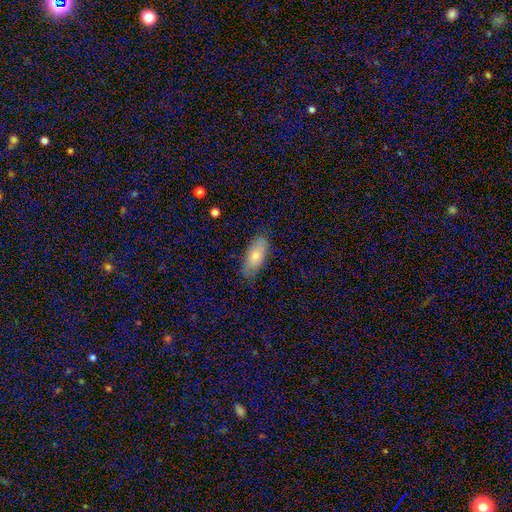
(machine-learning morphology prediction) Smooth or featured: smooth — 71% (featured or disk — 22%)
How rounded: in between — 85% (cigar-shaped — 12%)
Merging: none — 71% (minor disturbance — 23%)